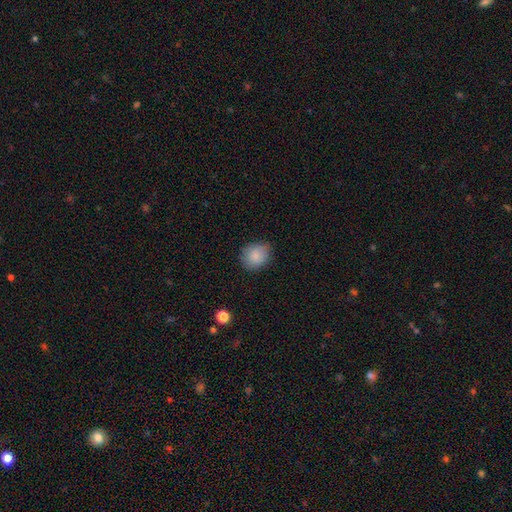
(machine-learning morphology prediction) smooth_or_featured: smooth (p=0.87) [alt: star or artifact p=0.08]
how_rounded: round (p=0.66) [alt: in between p=0.33]
merging: none (p=0.75) [alt: minor disturbance p=0.20]